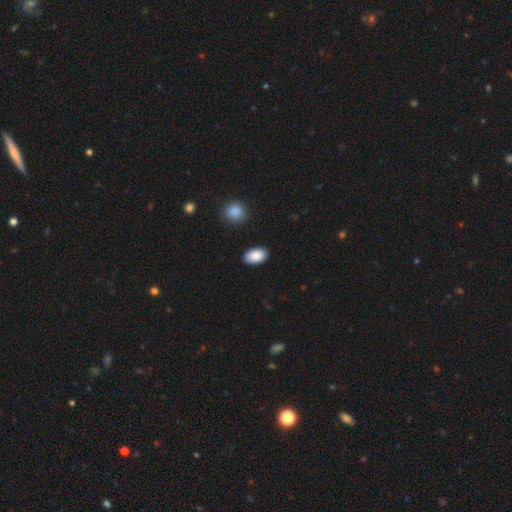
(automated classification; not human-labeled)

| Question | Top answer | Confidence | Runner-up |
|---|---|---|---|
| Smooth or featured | smooth | 88% | star or artifact (7%) |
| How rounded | in between | 93% | round (6%) |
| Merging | none | 89% | minor disturbance (7%) |